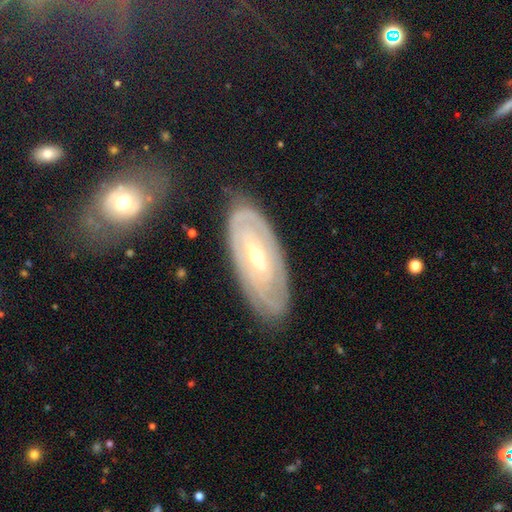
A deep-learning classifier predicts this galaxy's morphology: type=featured or disk (80%); edge-on=no (90%); bar=weak (41%); spiral arms=yes (86%); winding=tight (78%); arm count=can't tell (54%); bulge=small (55%); merging=none (78%).